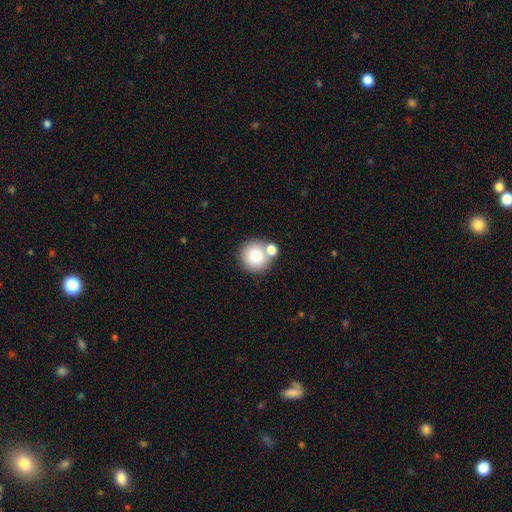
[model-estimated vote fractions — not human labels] smooth_or_featured: smooth (p=0.76) [alt: featured or disk p=0.14]
how_rounded: round (p=0.92) [alt: in between p=0.07]
merging: none (p=0.64) [alt: merger p=0.25]